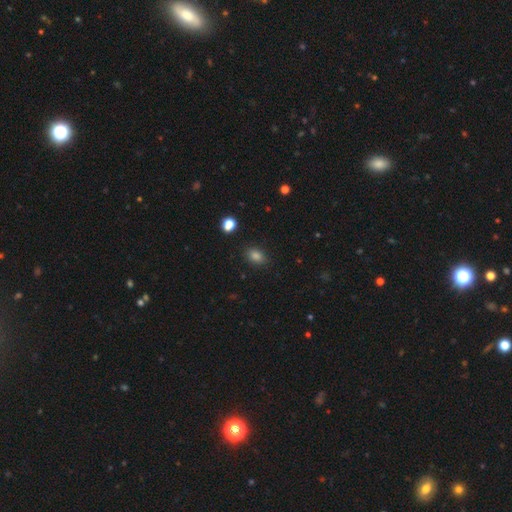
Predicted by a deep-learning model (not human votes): Smooth or featured: smooth — 83% (star or artifact — 12%)
How rounded: in between — 74% (round — 24%)
Merging: none — 87% (minor disturbance — 9%)